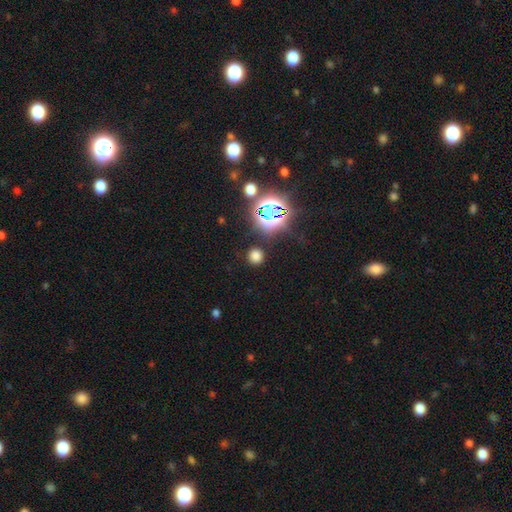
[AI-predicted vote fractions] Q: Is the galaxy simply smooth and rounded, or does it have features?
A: smooth — 69%.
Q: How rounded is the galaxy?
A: round — 89%.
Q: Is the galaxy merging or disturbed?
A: none — 88%.